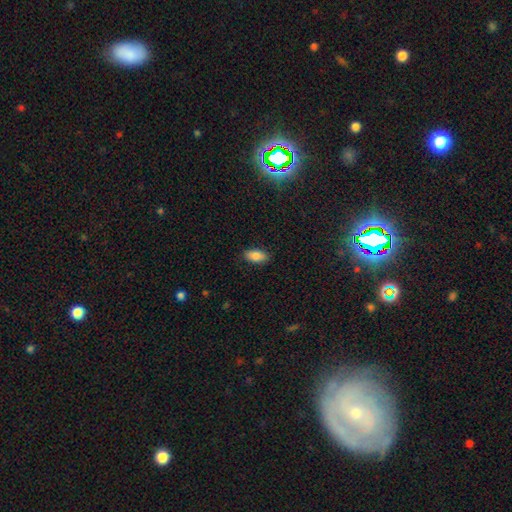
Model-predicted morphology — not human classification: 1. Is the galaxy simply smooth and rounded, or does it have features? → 83% smooth, 10% featured or disk, 8% star or artifact.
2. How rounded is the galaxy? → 90% in between, 6% cigar-shaped, 4% round.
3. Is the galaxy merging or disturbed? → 88% none, 9% minor disturbance, 2% major disturbance, 1% merger.